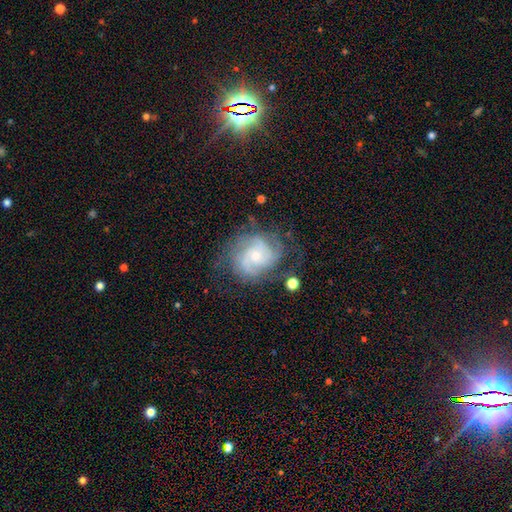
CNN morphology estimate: Overall: featured or disk (81%). Edge-on disk: no (98%). Bar: no (68%). Spiral arms: yes (95%). Spiral arm count: can't tell (29%; 2 26%). Spiral winding: tight (53%; medium 37%). Bulge size: small (63%; moderate 31%). Merging: none (65%).